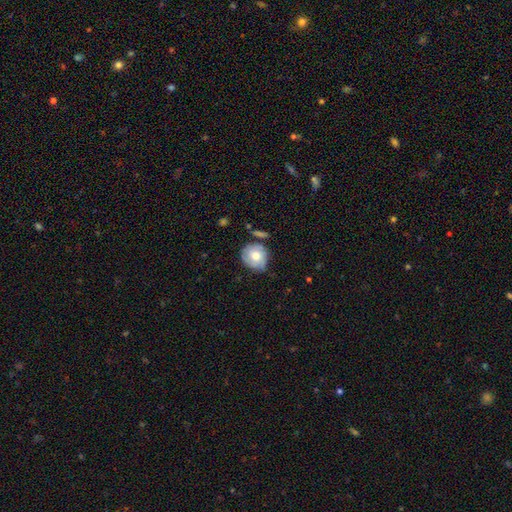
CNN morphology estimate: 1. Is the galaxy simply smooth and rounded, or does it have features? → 56% smooth, 37% featured or disk, 8% star or artifact.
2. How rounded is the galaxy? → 79% round, 20% in between, 1% cigar-shaped.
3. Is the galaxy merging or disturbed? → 60% none, 26% minor disturbance, 7% merger, 7% major disturbance.